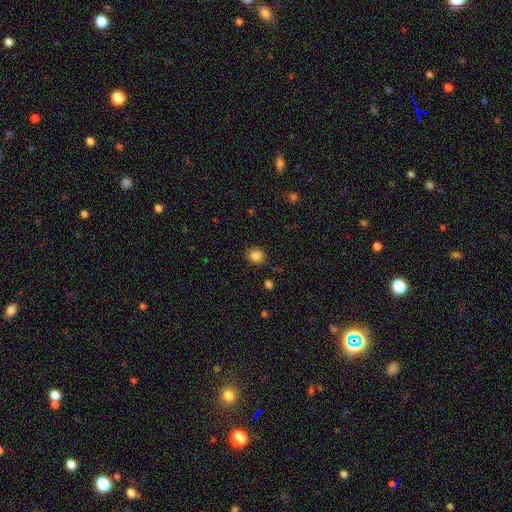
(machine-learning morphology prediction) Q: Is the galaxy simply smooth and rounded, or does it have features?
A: smooth — 84%.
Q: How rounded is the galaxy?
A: round — 79%.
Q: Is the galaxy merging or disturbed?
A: none — 85%.